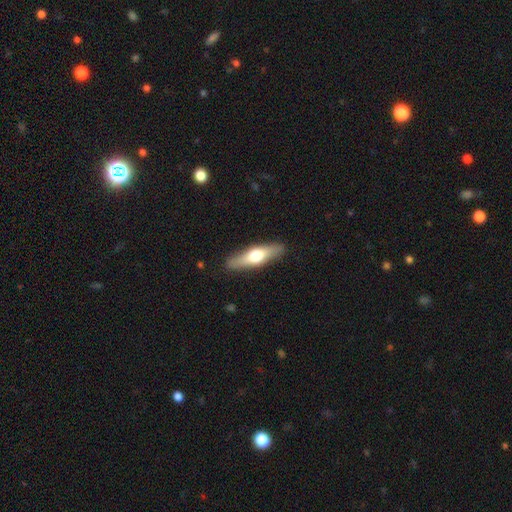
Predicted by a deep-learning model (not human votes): smooth-or-featured: smooth: 48% | featured or disk: 47% | star or artifact: 5%
  merging: none: 88% | minor disturbance: 9% | major disturbance: 2% | merger: 1%